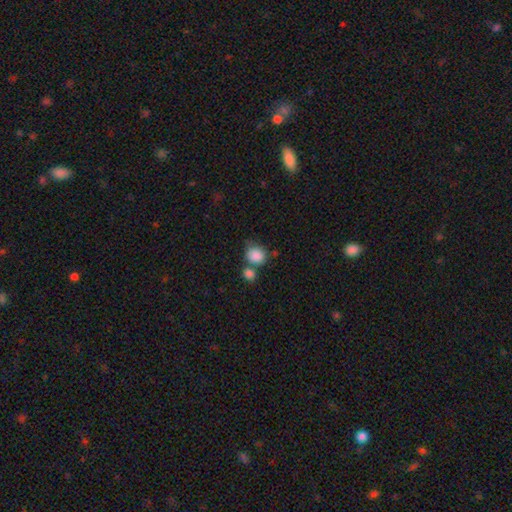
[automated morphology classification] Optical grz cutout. It shows a smooth galaxy with no disk features (86%) that is round (73%). Merging: none (47%).